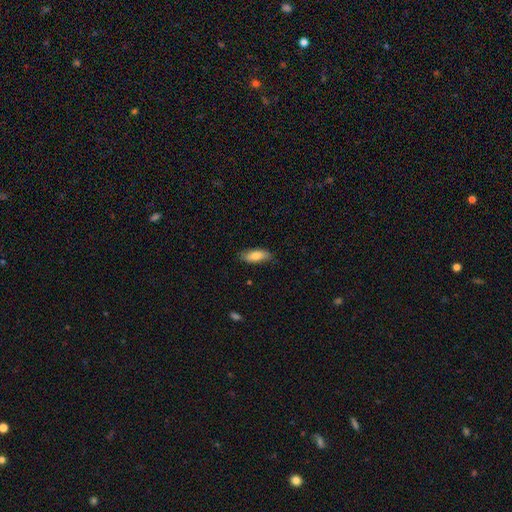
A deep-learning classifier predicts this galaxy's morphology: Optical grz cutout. It shows a smooth galaxy with no disk features (79%) that is in between round and cigar-shaped (75%). Merging: none (80%).